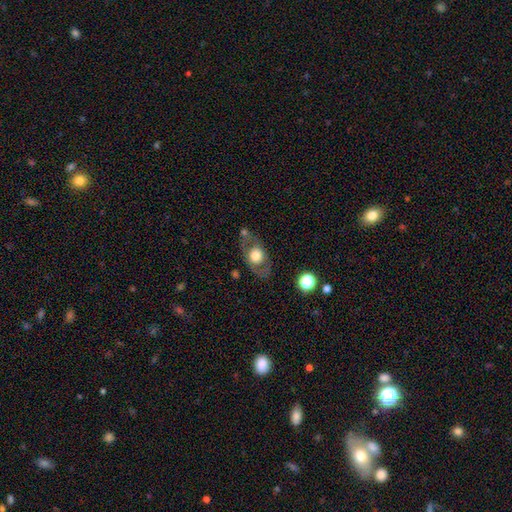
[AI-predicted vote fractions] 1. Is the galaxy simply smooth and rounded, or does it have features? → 49% smooth, 44% featured or disk, 7% star or artifact.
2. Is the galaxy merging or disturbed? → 68% none, 17% minor disturbance, 9% major disturbance, 5% merger.